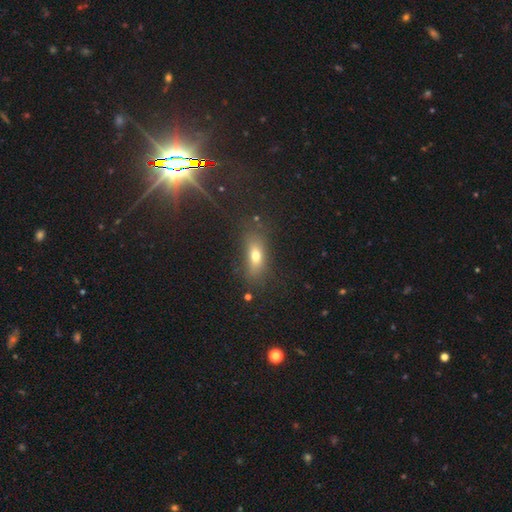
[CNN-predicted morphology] A smooth galaxy with no disk features (68%) that is in between round and cigar-shaped (70%).

Vote fractions:
- Smooth or featured? smooth: 68% / featured or disk: 17% / star or artifact: 15%
- How rounded? in between: 70% / cigar-shaped: 18% / round: 12%
- Merging? none: 68% / minor disturbance: 17% / major disturbance: 12% / merger: 3%